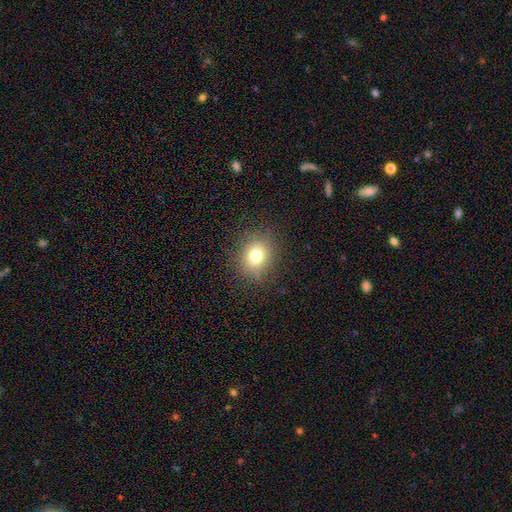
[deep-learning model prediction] smooth_or_featured: smooth (p=0.75) [alt: star or artifact p=0.15]
how_rounded: round (p=0.70) [alt: in between p=0.29]
merging: none (p=0.85) [alt: minor disturbance p=0.10]